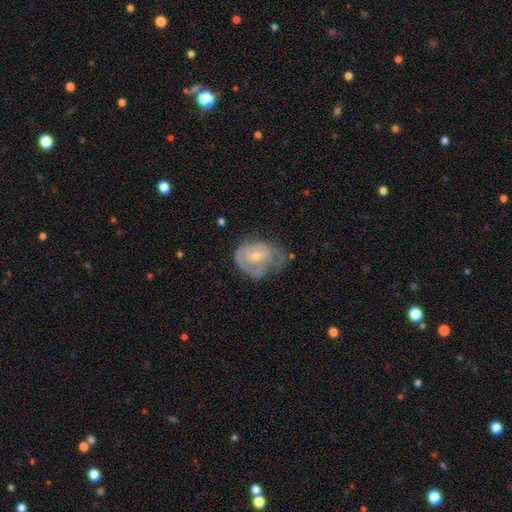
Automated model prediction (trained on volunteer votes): A featured or disk galaxy (67%) with no bar (73%), spiral arms (70%) and a small central bulge (55%). Merging: none (34%).